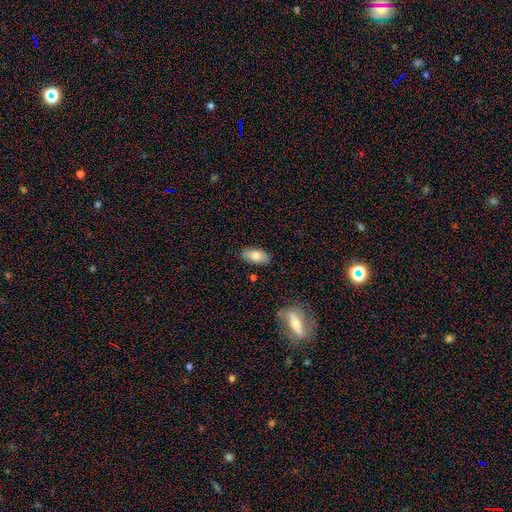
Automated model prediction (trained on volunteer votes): This is likely a smooth galaxy (79%). How rounded: clearly in between (91%). Merging: clearly none (85%).